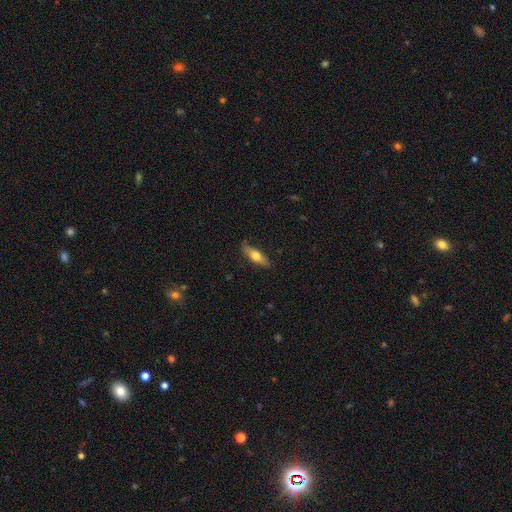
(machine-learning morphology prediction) Smooth or featured?
  - smooth: 60% *
  - featured or disk: 34%
  - star or artifact: 6%
How rounded?
  - cigar-shaped: 53% *
  - in between: 44%
  - round: 3%
Merging?
  - none: 81% *
  - minor disturbance: 15%
  - major disturbance: 3%
  - merger: 1%